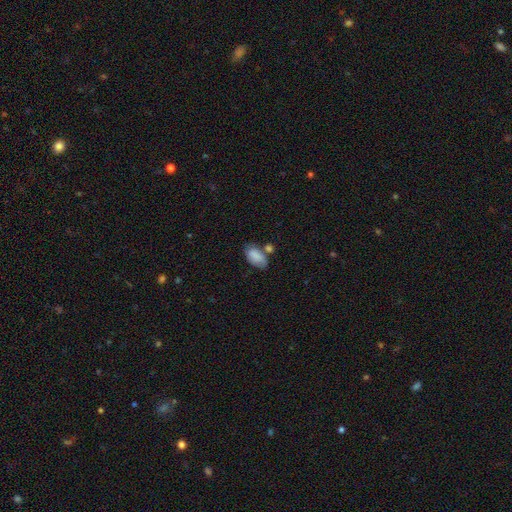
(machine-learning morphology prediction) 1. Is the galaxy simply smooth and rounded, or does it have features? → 81% smooth, 12% featured or disk, 7% star or artifact.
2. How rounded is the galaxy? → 93% in between, 4% round, 3% cigar-shaped.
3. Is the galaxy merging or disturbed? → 49% none, 24% minor disturbance, 19% merger, 8% major disturbance.